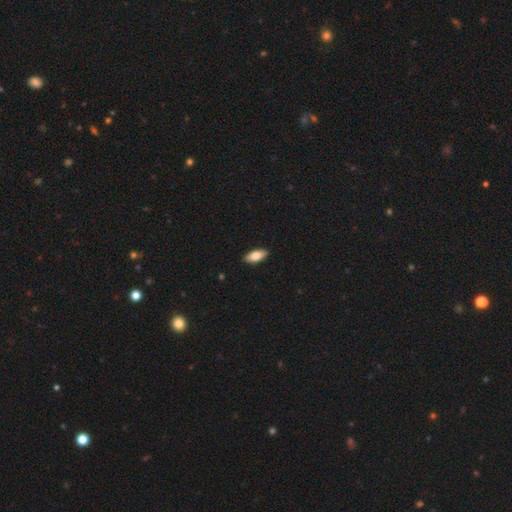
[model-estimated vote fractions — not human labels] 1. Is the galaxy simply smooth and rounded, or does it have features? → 78% smooth, 16% featured or disk, 6% star or artifact.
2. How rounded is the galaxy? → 84% in between, 14% cigar-shaped, 2% round.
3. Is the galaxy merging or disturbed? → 90% none, 8% minor disturbance, 1% major disturbance, 1% merger.